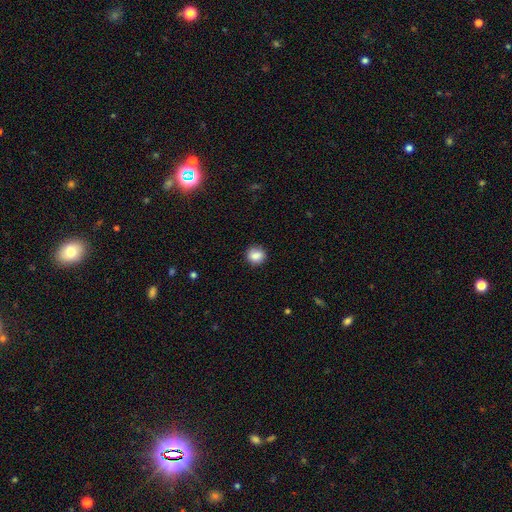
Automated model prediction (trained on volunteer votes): A smooth galaxy with no disk features (86%) that is round (86%). Merging: none (88%).